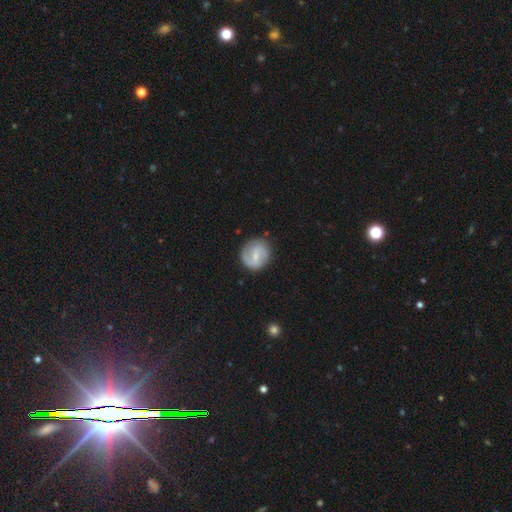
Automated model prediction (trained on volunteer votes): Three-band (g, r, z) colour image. It shows a featured or disk galaxy (68%) with a weak bar (57%), 2 (84%) medium (46%) spiral arms (91%) and a small central bulge (53%). Merging: none (80%).